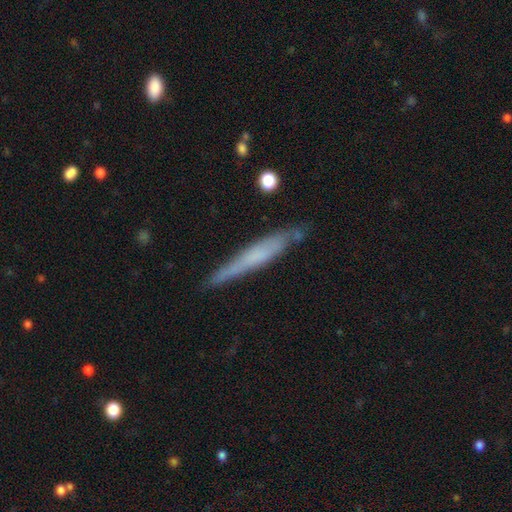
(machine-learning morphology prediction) smooth-or-featured: featured or disk: 48% | smooth: 46% | star or artifact: 7%
  merging: none: 78% | minor disturbance: 16% | major disturbance: 3% | merger: 3%